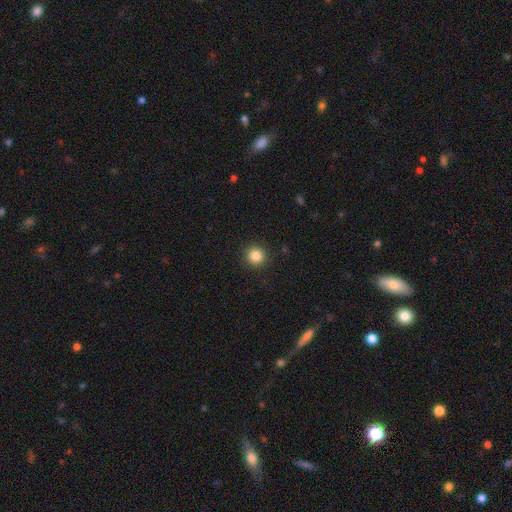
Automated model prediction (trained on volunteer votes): Q: Smooth or featured?
A: smooth (85%); runner-up: star or artifact (11%)
Q: How rounded?
A: round (95%); runner-up: in between (4%)
Q: Merging?
A: none (92%); runner-up: minor disturbance (5%)